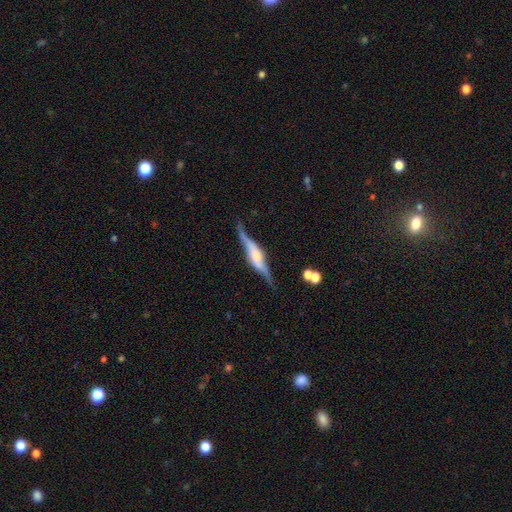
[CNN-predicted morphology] smooth-or-featured: featured or disk: 79% | smooth: 16% | star or artifact: 5%
  disk-edge-on: yes: 90% | no: 10%
    edge-on-bulge: rounded: 62% | boxy: 32% | none: 5%
  merging: none: 70% | minor disturbance: 20% | major disturbance: 7% | merger: 3%